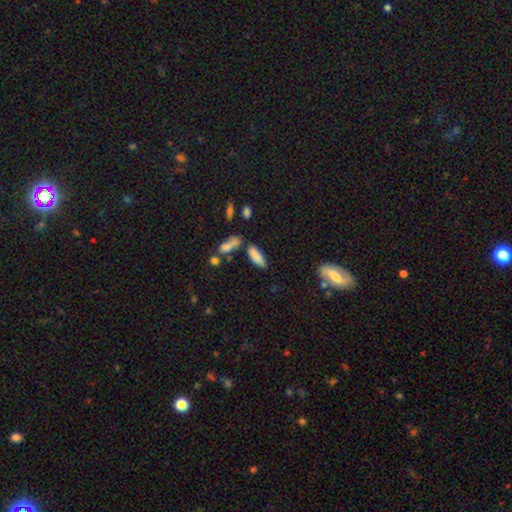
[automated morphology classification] This appears to be a smooth galaxy with no disk features (83%) that is in between round and cigar-shaped (58%). Merging: none (63%).